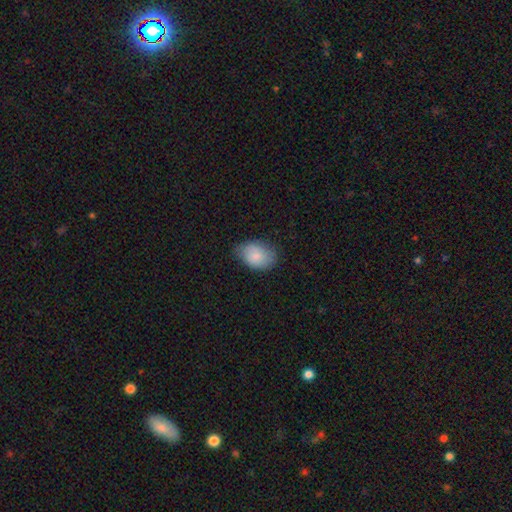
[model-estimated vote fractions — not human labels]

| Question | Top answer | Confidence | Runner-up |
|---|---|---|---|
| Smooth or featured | smooth | 84% | featured or disk (10%) |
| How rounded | in between | 81% | round (18%) |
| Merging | none | 67% | minor disturbance (27%) |